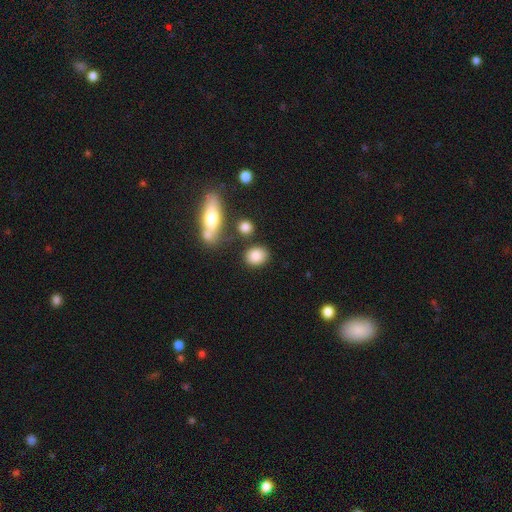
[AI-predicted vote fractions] A smooth galaxy with no disk features (85%) that is in between round and cigar-shaped (50%).

Vote fractions:
- Smooth or featured? smooth: 85% / star or artifact: 8% / featured or disk: 7%
- How rounded? in between: 50% / round: 48% / cigar-shaped: 2%
- Merging? none: 77% / minor disturbance: 12% / merger: 8% / major disturbance: 4%